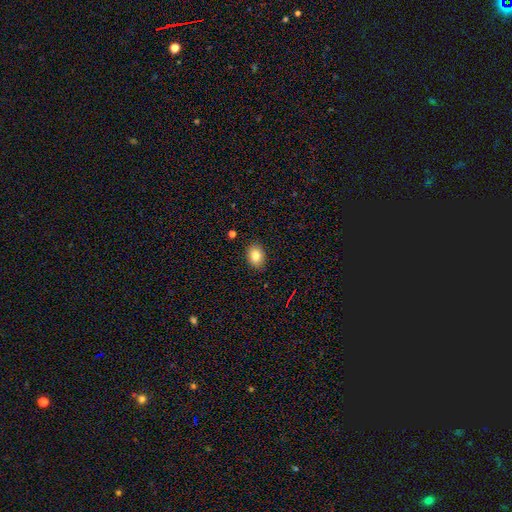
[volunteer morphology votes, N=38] A smooth galaxy with no disk features (89%) that is round (50%, tied with in between). Merging: none (89%).